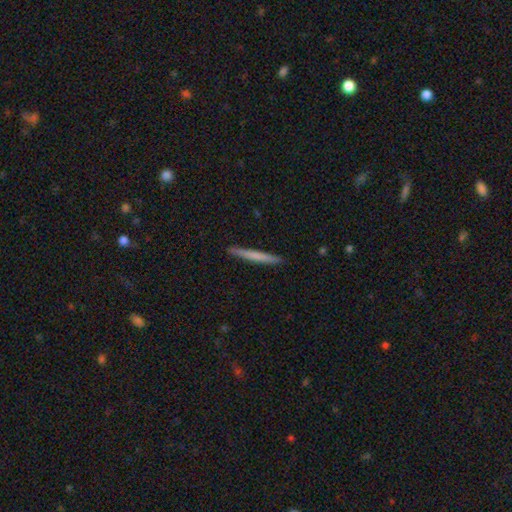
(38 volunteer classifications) Smooth or featured: smooth — 63% (featured or disk — 29%)
How rounded: cigar-shaped — 96% (in between — 4%)
Merging: none — 89% (minor disturbance — 6%)